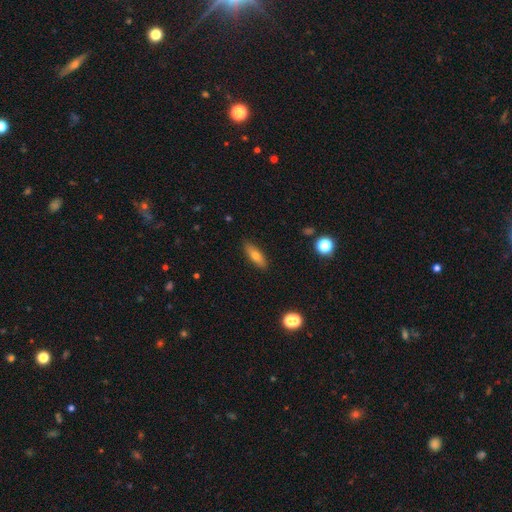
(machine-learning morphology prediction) Q: Smooth or featured?
A: smooth (67%); runner-up: featured or disk (25%)
Q: How rounded?
A: in between (53%); runner-up: cigar-shaped (43%)
Q: Merging?
A: none (88%); runner-up: minor disturbance (9%)